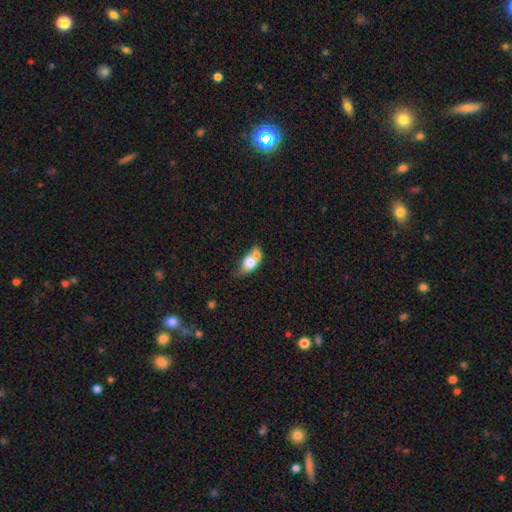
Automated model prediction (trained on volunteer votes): Q: Smooth or featured?
A: smooth (67%); runner-up: featured or disk (26%)
Q: How rounded?
A: in between (74%); runner-up: round (19%)
Q: Merging?
A: merger (60%); runner-up: none (20%)